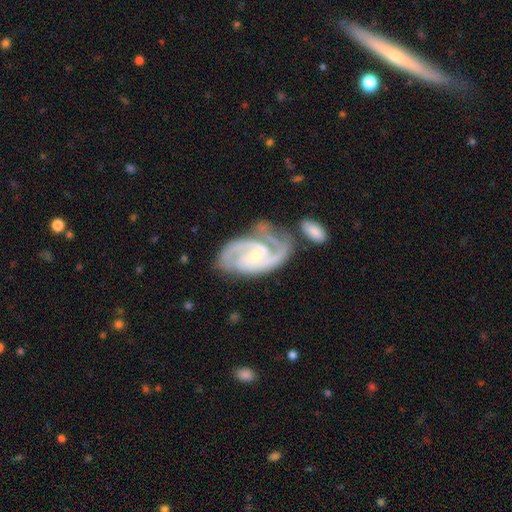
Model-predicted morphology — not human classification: type=featured or disk (91%); edge-on=no (97%); bar=no (51%); spiral arms=yes (98%); winding=medium (48%); arm count=2 (70%); bulge=small (70%); merging=none (53%).